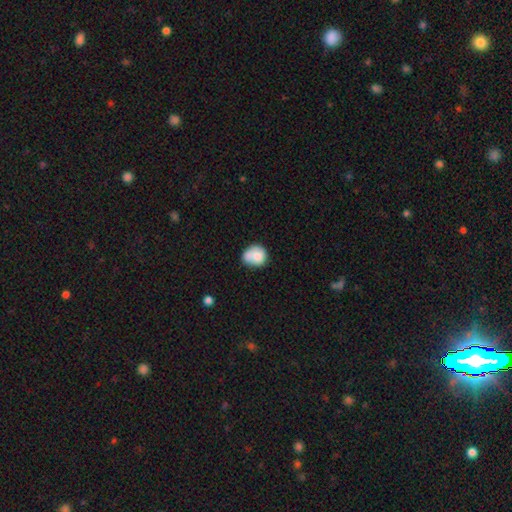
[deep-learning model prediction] The model was most divided on "merging": none: 40%, merger: 31%, minor disturbance: 22%, major disturbance: 8%. More confident: smooth or featured — smooth (76%); how rounded — round (70%).